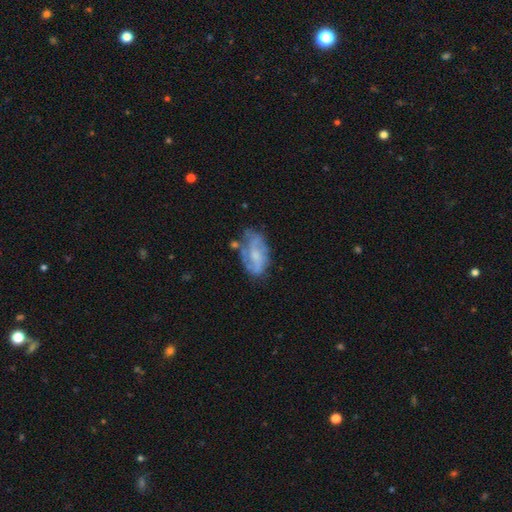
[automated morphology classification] A featured or disk galaxy (68%) with no bar (58%), spiral arms (73%) and a moderate central bulge (39%).

Vote fractions:
- Smooth or featured? featured or disk: 68% / smooth: 25% / star or artifact: 7%
- Edge-on disk? no: 95% / yes: 5%
- Bar? no: 58% / weak: 35% / strong: 7%
- Spiral arms? yes: 73% / no: 27%
- Bulge size? moderate: 39% / small: 34% / none: 20% / large: 5% / dominant: 1%
- Merging? none: 54% / minor disturbance: 25% / major disturbance: 14% / merger: 7%